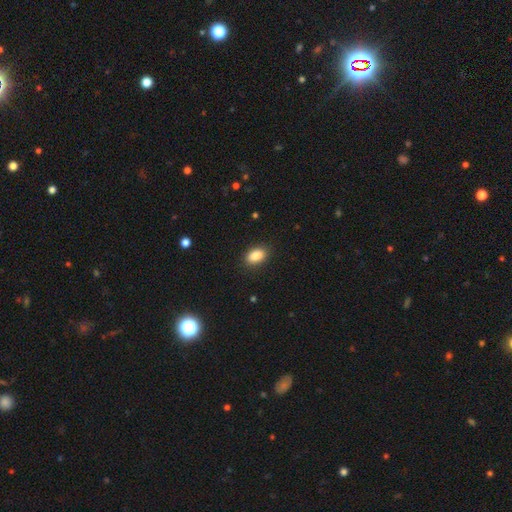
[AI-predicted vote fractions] This appears to be a smooth galaxy with no disk features (87%) that is in between round and cigar-shaped (87%). Merging: none (89%).